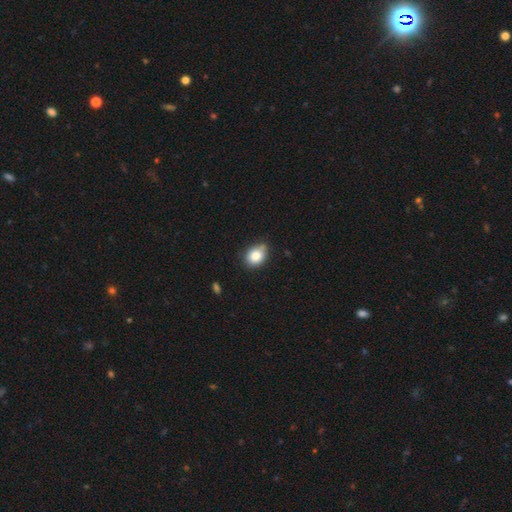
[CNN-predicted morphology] Overall: smooth (84%). How rounded: in between (56%; round 43%). Merging: none (71%).